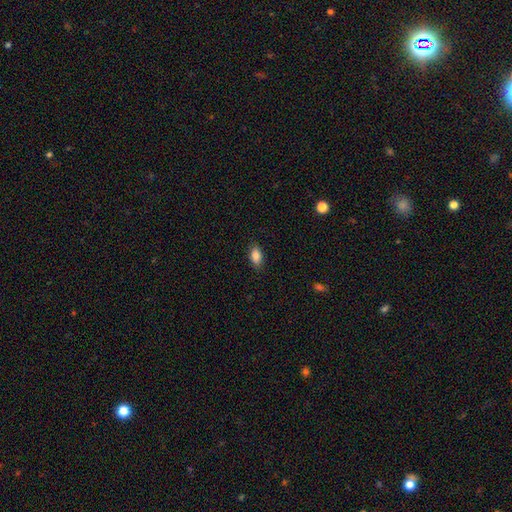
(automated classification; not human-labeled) smooth-or-featured: smooth: 87% | star or artifact: 8% | featured or disk: 5%
  how-rounded: in between: 90% | round: 6% | cigar-shaped: 4%
  merging: none: 87% | minor disturbance: 9% | major disturbance: 2% | merger: 1%